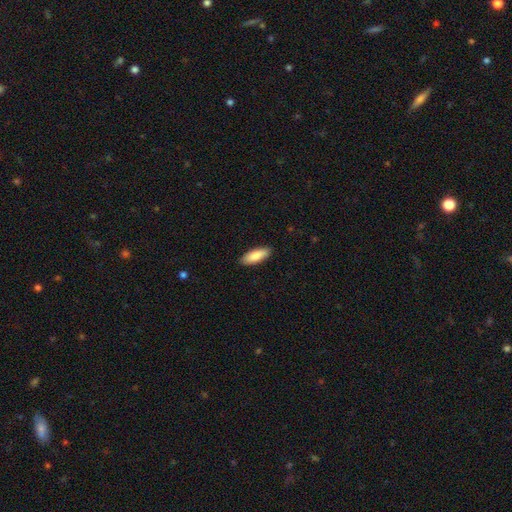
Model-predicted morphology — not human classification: smooth_or_featured: smooth (p=0.86) [alt: featured or disk p=0.09]
how_rounded: in between (p=0.66) [alt: cigar-shaped p=0.32]
merging: none (p=0.90) [alt: minor disturbance p=0.07]